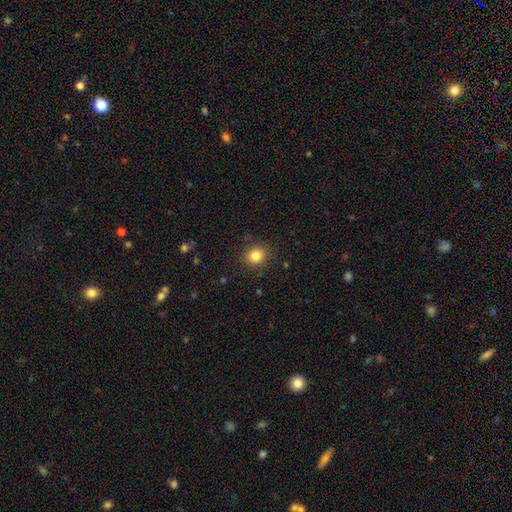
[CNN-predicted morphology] type=smooth (83%); roundness=round (84%); merging=none (89%).